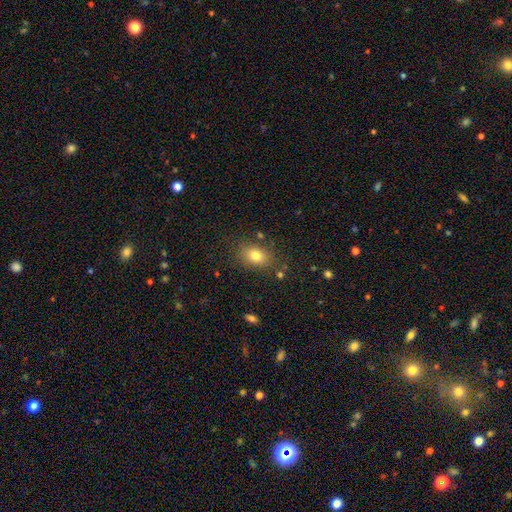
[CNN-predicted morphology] smooth 79%, star or artifact 11%, featured or disk 10%. Down the decision tree: how rounded — in between (73%); merging — none (80%).